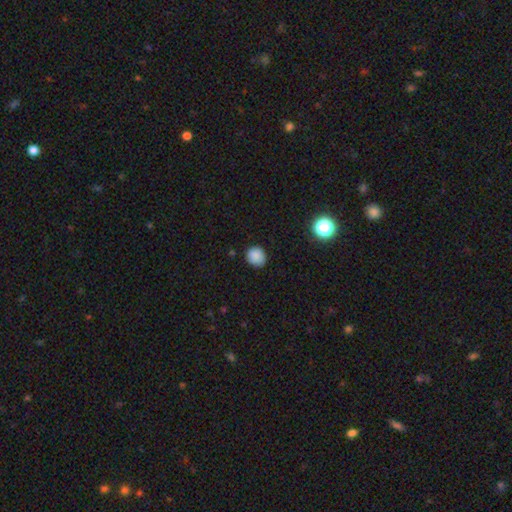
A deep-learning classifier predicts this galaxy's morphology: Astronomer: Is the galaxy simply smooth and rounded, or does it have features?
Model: smooth — 85%.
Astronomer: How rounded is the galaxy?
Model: round — 82%.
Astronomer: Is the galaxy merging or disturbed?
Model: none — 83%.